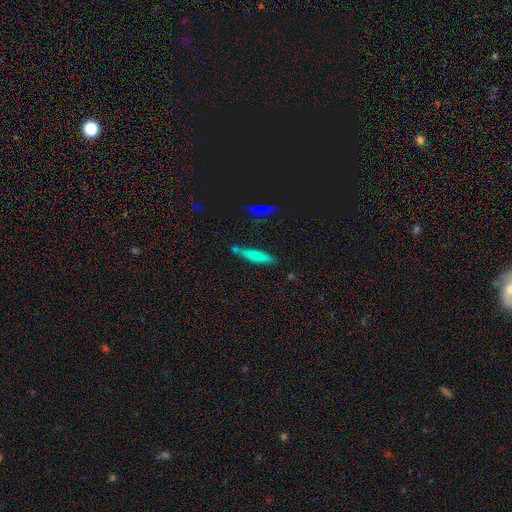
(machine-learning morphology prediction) Smooth or featured: smooth — 67% (featured or disk — 24%)
How rounded: cigar-shaped — 86% (in between — 13%)
Merging: none — 72% (minor disturbance — 14%)